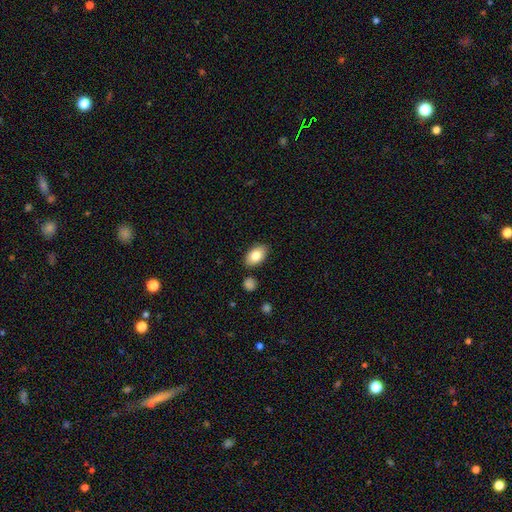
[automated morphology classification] Smooth or featured? Predicted: smooth (p=0.82). How rounded? Predicted: in between (p=0.92). Merging? Predicted: none (p=0.85).